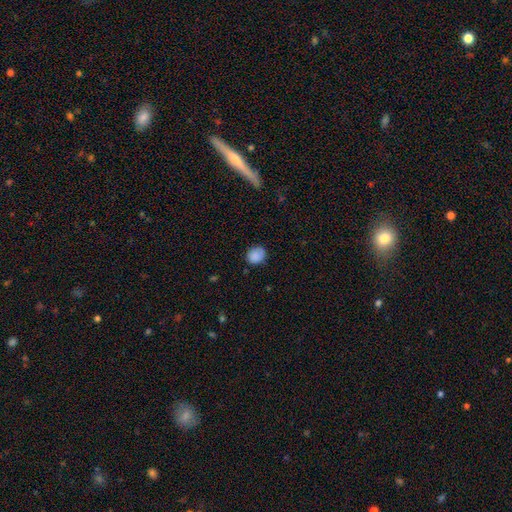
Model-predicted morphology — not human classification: smooth-or-featured: smooth: 87% | star or artifact: 9% | featured or disk: 4%
  how-rounded: round: 67% | in between: 33% | cigar-shaped: 1%
  merging: none: 76% | minor disturbance: 19% | major disturbance: 4% | merger: 1%